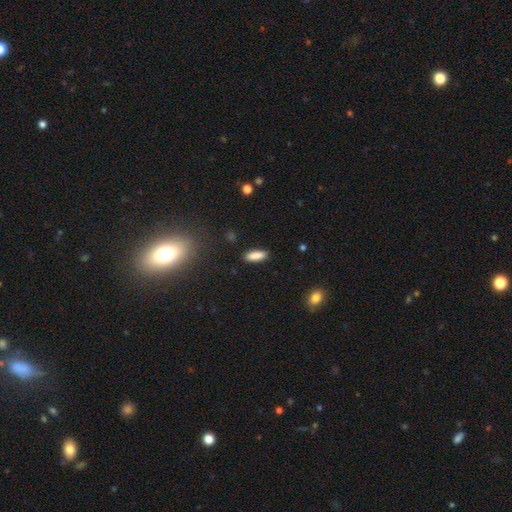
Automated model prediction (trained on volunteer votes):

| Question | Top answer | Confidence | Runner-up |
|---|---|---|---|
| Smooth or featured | smooth | 88% | star or artifact (7%) |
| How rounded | in between | 63% | cigar-shaped (35%) |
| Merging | none | 88% | minor disturbance (9%) |